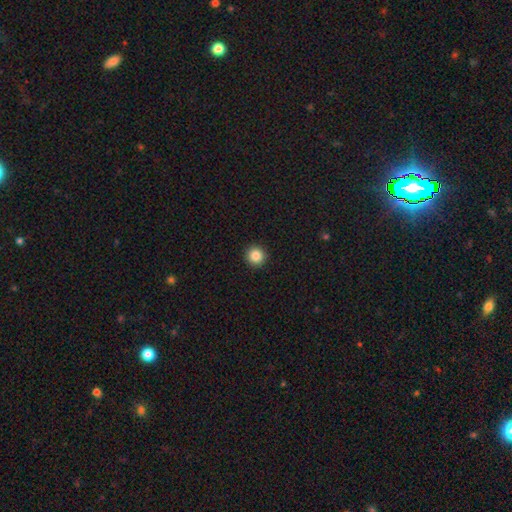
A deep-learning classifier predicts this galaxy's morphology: Smooth or featured? smooth (86%)
How rounded? round (95%)
Merging? none (94%)